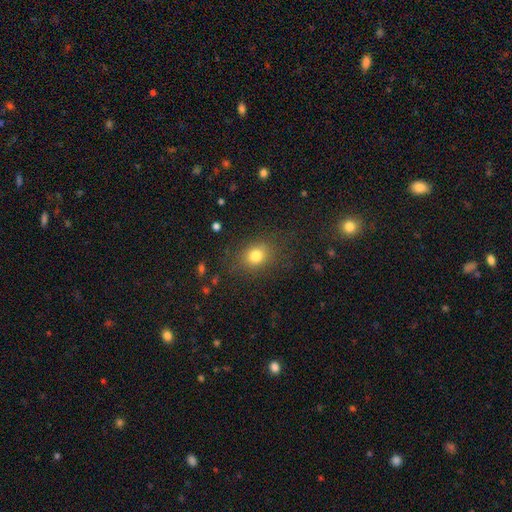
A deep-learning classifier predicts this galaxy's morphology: A smooth galaxy with no disk features (79%) that is round (56%).

Vote fractions:
- Smooth or featured? smooth: 79% / star or artifact: 13% / featured or disk: 8%
- How rounded? round: 56% / in between: 43% / cigar-shaped: 1%
- Merging? none: 80% / minor disturbance: 12% / major disturbance: 6% / merger: 1%